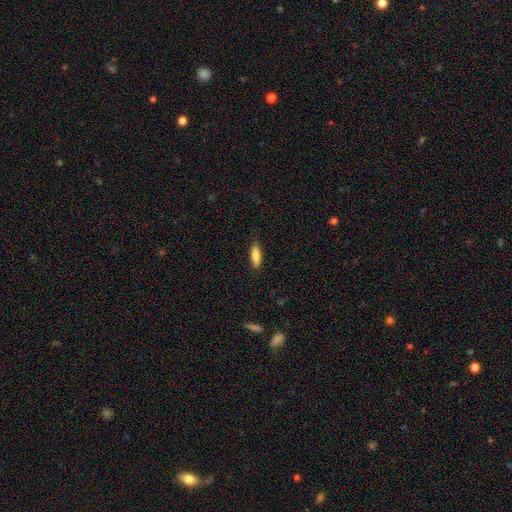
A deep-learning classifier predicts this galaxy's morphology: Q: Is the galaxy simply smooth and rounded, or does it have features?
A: smooth — 85%.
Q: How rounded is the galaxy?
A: in between — 49%, tied with cigar-shaped.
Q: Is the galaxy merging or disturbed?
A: none — 89%.